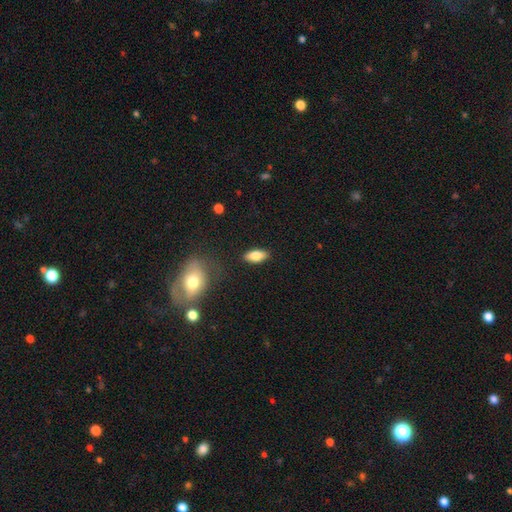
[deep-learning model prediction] Smooth or featured? Predicted: smooth (p=0.77). How rounded? Predicted: in between (p=0.83). Merging? Predicted: none (p=0.86).